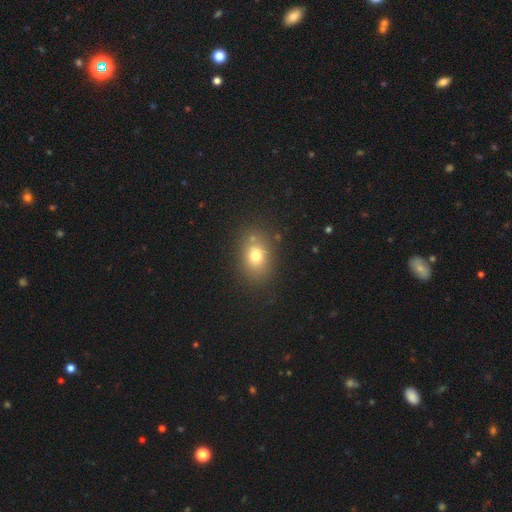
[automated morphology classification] This is likely a smooth galaxy (75%). How rounded: likely in between (61%). Merging: likely none (80%).